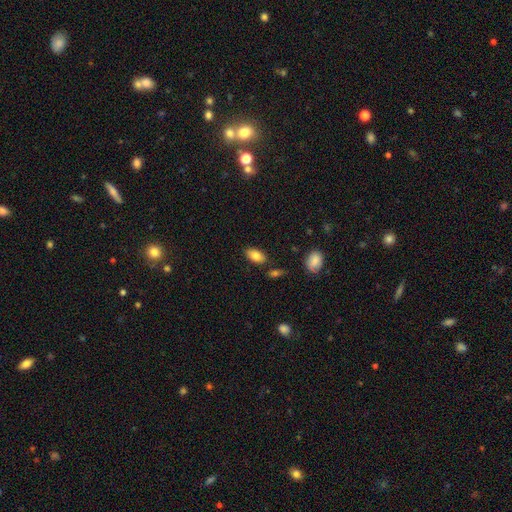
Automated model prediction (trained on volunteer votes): This appears to be a smooth galaxy with no disk features (83%) that is in between round and cigar-shaped (93%). Merging: none (83%).